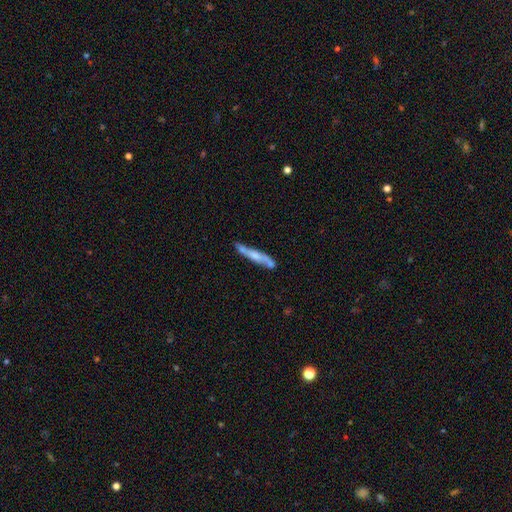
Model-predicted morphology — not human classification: A featured or disk galaxy (53%) viewed edge-on (70%).

Vote fractions:
- Smooth or featured? featured or disk: 53% / smooth: 40% / star or artifact: 6%
- Edge-on disk? yes: 70% / no: 30%
- Merging? none: 60% / minor disturbance: 21% / merger: 12% / major disturbance: 6%